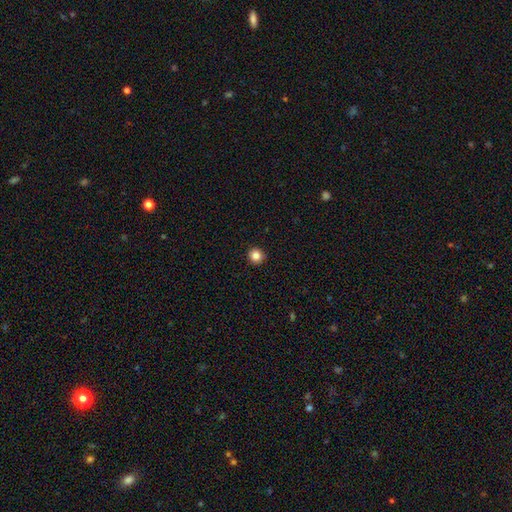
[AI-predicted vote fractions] smooth-or-featured: smooth: 85% | star or artifact: 11% | featured or disk: 4%
  how-rounded: round: 94% | in between: 5% | cigar-shaped: 1%
  merging: none: 93% | minor disturbance: 4% | major disturbance: 1% | merger: 1%